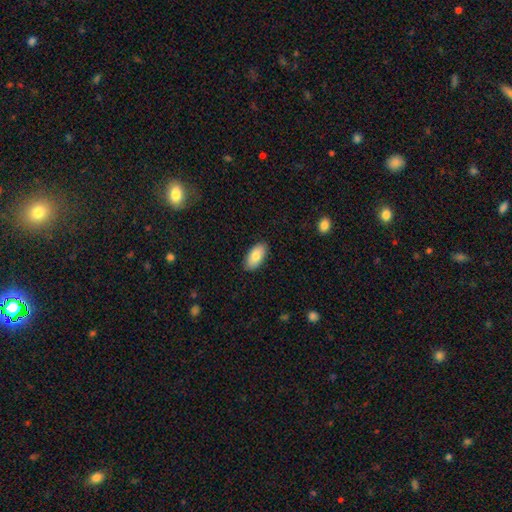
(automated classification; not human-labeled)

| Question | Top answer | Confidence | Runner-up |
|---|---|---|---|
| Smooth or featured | smooth | 82% | featured or disk (11%) |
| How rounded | in between | 94% | cigar-shaped (4%) |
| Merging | none | 89% | minor disturbance (9%) |